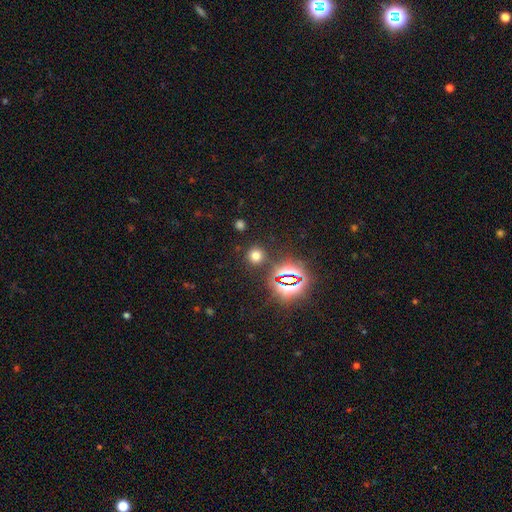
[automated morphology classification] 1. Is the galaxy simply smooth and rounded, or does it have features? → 65% smooth, 28% star or artifact, 7% featured or disk.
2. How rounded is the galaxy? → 92% round, 7% in between, 1% cigar-shaped.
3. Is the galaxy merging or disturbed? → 86% none, 7% minor disturbance, 4% merger, 3% major disturbance.